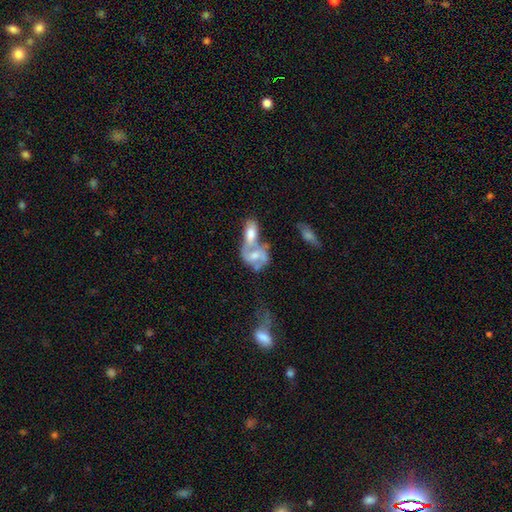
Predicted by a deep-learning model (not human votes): Overall: featured or disk (61%; smooth 31%). Edge-on disk: no (95%). Bar: no (55%; weak 34%). Spiral arms: yes (72%). Bulge size: moderate (52%; small 25%). Merging: merger (68%).